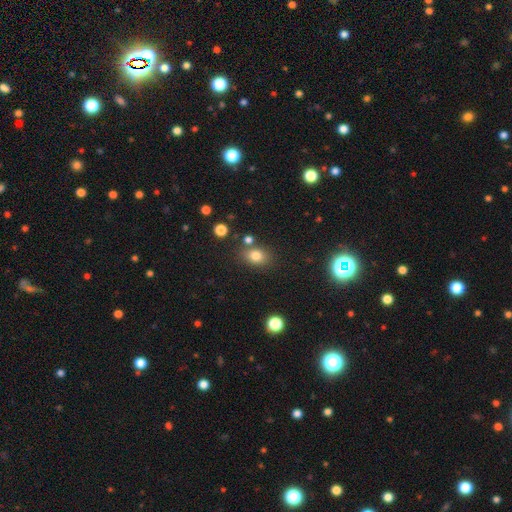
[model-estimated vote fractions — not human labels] A smooth galaxy with no disk features (79%) that is in between round and cigar-shaped (59%).

Vote fractions:
- Smooth or featured? smooth: 79% / star or artifact: 13% / featured or disk: 8%
- How rounded? in between: 59% / round: 40% / cigar-shaped: 1%
- Merging? none: 74% / minor disturbance: 12% / merger: 10% / major disturbance: 4%